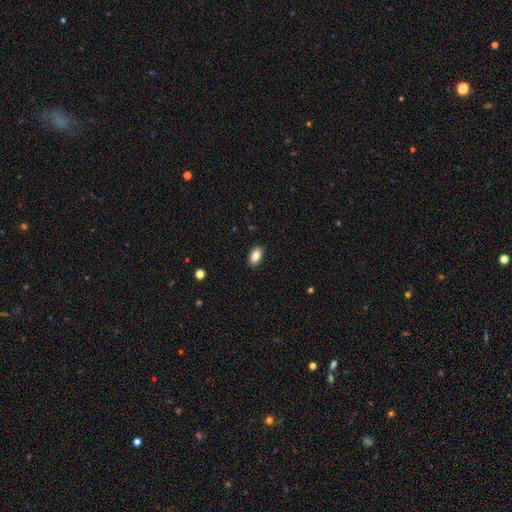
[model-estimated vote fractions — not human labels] A smooth galaxy with no disk features (84%) that is in between round and cigar-shaped (91%).

Vote fractions:
- Smooth or featured? smooth: 84% / featured or disk: 8% / star or artifact: 8%
- How rounded? in between: 91% / round: 8% / cigar-shaped: 2%
- Merging? none: 89% / minor disturbance: 8% / major disturbance: 2% / merger: 1%